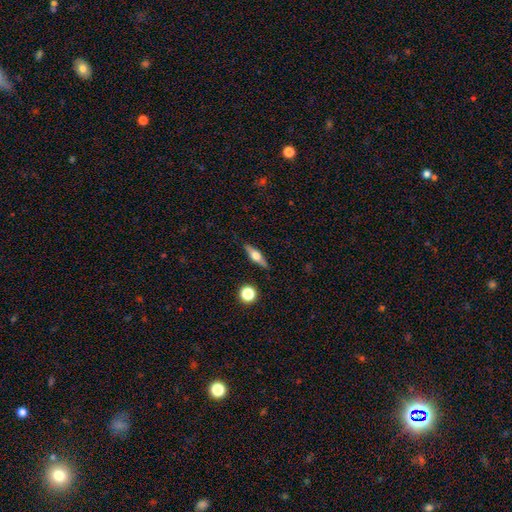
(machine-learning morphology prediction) featured or disk 55%, smooth 38%, star or artifact 7%. Down the decision tree: edge-on disk — yes (93%); edge-on bulge — rounded (93%); merging — none (87%).